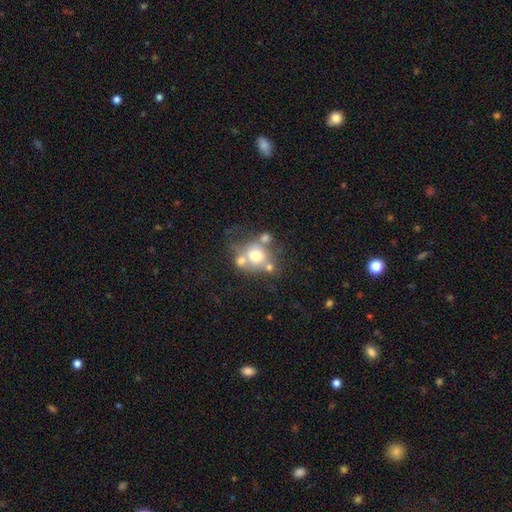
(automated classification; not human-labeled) Smooth or featured?
  - smooth: 58% *
  - featured or disk: 29%
  - star or artifact: 13%
How rounded?
  - round: 75% *
  - in between: 24%
  - cigar-shaped: 1%
Merging?
  - merger: 39% *
  - none: 37%
  - minor disturbance: 13%
  - major disturbance: 11%